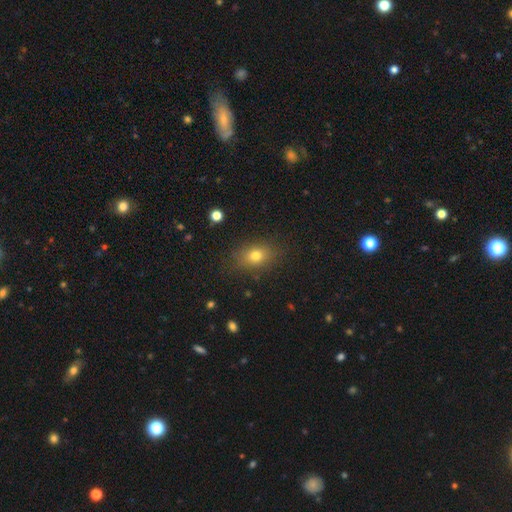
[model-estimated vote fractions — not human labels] Morphology: type=smooth (75%); roundness=in between (68%); merging=none (82%).